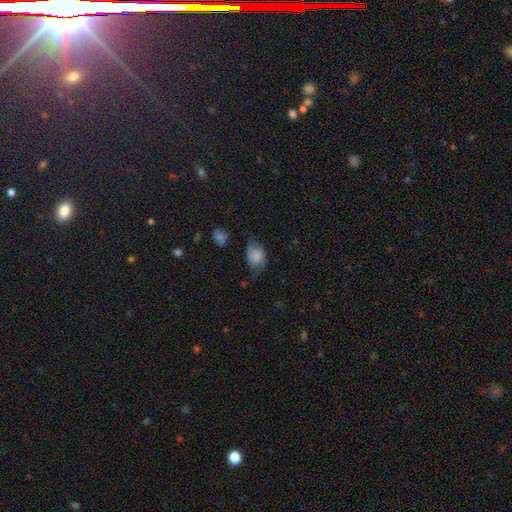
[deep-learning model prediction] A smooth galaxy with no disk features (73%) that is in between round and cigar-shaped (76%).

Vote fractions:
- Smooth or featured? smooth: 73% / featured or disk: 17% / star or artifact: 9%
- How rounded? in between: 76% / round: 22% / cigar-shaped: 1%
- Merging? none: 45% / minor disturbance: 37% / major disturbance: 15% / merger: 3%